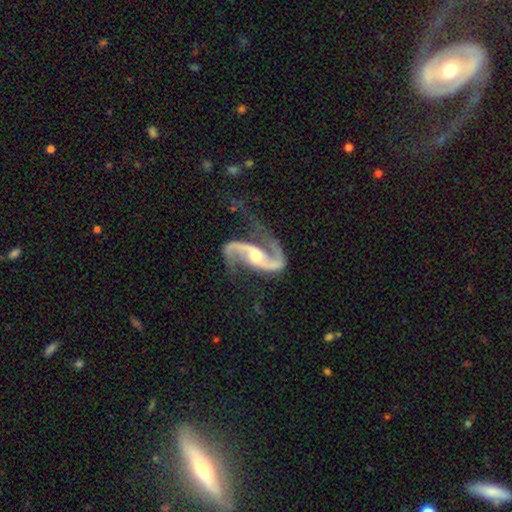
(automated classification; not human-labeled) Q: Smooth or featured?
A: featured or disk (93%); runner-up: star or artifact (4%)
Q: Edge-on disk?
A: no (97%); runner-up: yes (3%)
Q: Bar?
A: weak (35%); runner-up: strong (33%)
Q: Spiral arms?
A: yes (98%); runner-up: no (2%)
Q: Spiral winding?
A: loose (56%); runner-up: medium (37%)
Q: Spiral arm count?
A: 2 (94%); runner-up: 1 (2%)
Q: Bulge size?
A: moderate (60%); runner-up: small (29%)
Q: Merging?
A: none (64%); runner-up: minor disturbance (18%)